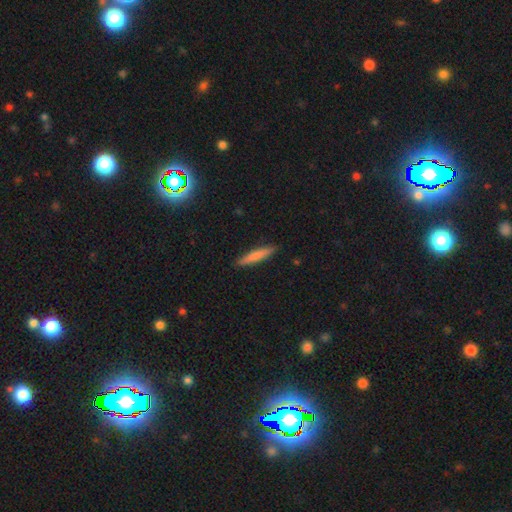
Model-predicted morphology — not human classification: Smooth or featured? smooth (75%)
How rounded? cigar-shaped (92%)
Merging? none (90%)